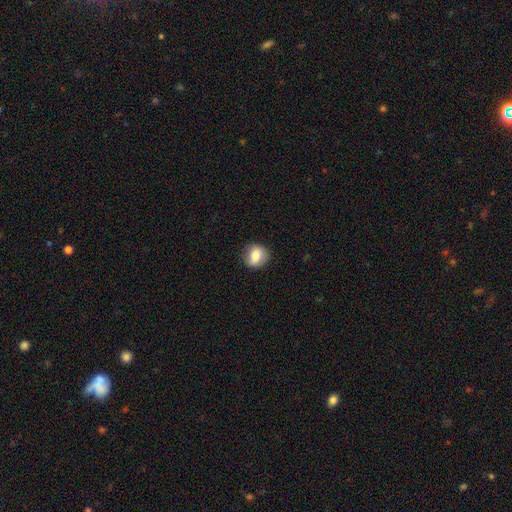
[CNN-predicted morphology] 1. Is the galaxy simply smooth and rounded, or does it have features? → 69% smooth, 23% featured or disk, 8% star or artifact.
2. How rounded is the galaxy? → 79% round, 20% in between, 1% cigar-shaped.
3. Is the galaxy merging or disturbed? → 83% none, 13% minor disturbance, 3% major disturbance, 1% merger.